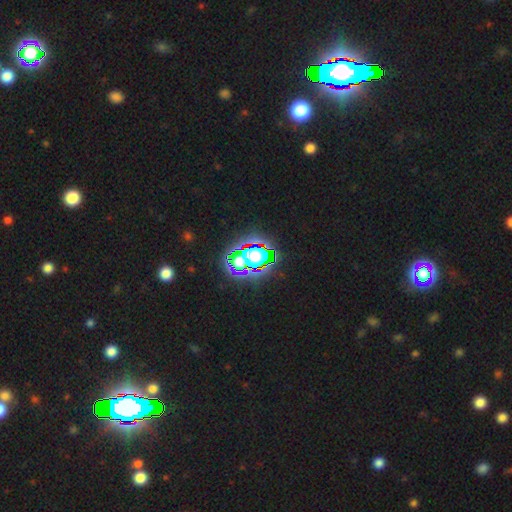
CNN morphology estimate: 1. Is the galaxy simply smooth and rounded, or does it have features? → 56% star or artifact, 23% featured or disk, 21% smooth.